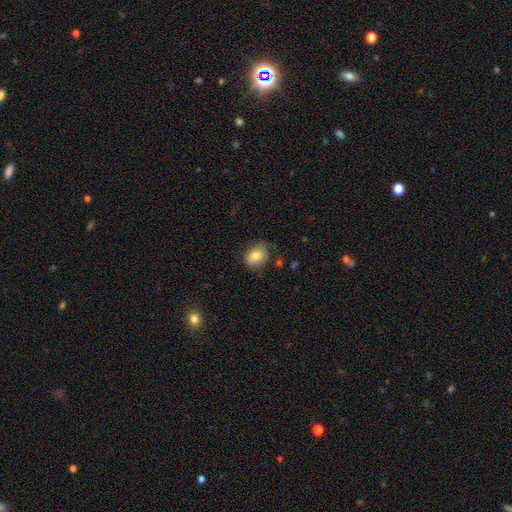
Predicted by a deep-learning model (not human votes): Smooth or featured?
  - smooth: 79% *
  - featured or disk: 12%
  - star or artifact: 9%
How rounded?
  - in between: 60% *
  - round: 39%
  - cigar-shaped: 1%
Merging?
  - none: 69% *
  - minor disturbance: 23%
  - major disturbance: 5%
  - merger: 2%